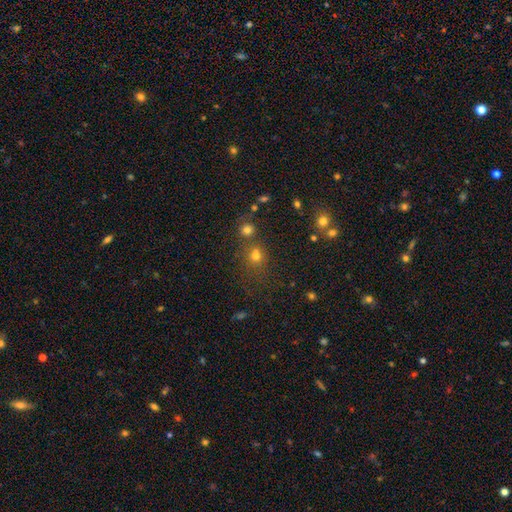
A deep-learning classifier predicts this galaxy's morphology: type=smooth (63%); roundness=round (82%); merging=none (59%).